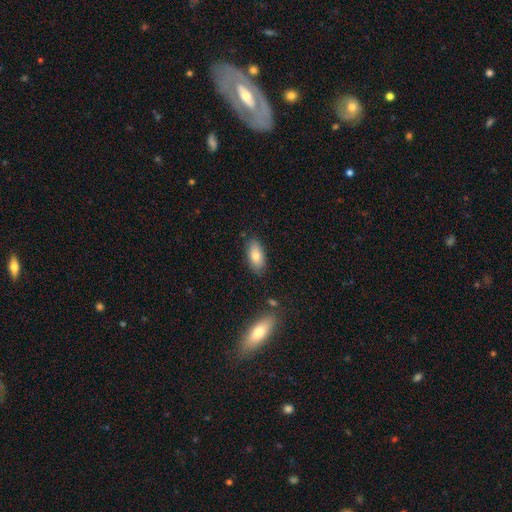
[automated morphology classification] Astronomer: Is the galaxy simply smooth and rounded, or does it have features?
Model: smooth — 78%.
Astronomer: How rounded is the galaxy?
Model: in between — 85%.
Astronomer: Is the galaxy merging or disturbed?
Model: none — 81%.